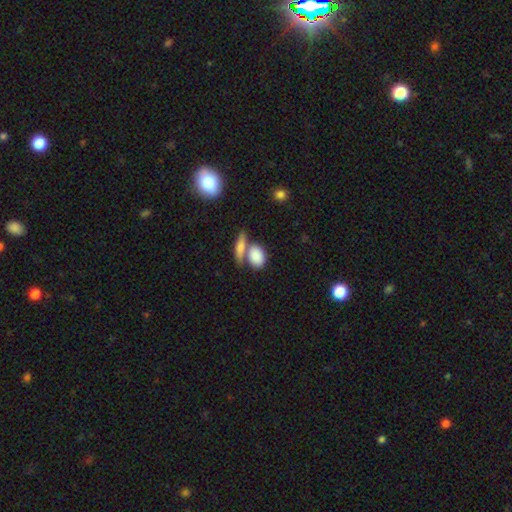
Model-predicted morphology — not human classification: Smooth or featured?
  - smooth: 83% *
  - featured or disk: 10%
  - star or artifact: 7%
How rounded?
  - in between: 74% *
  - round: 21%
  - cigar-shaped: 5%
Merging?
  - none: 45% *
  - merger: 39%
  - minor disturbance: 11%
  - major disturbance: 5%